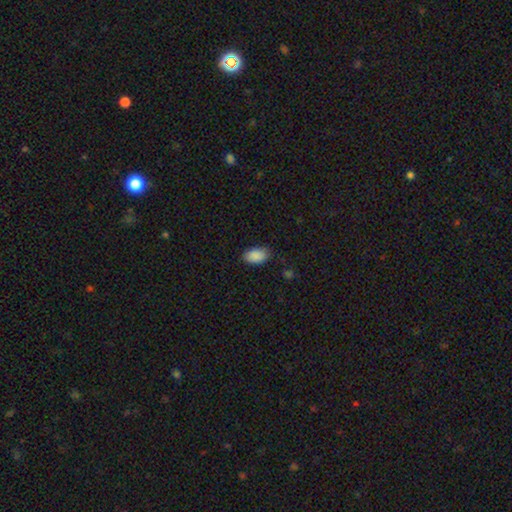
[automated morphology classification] type=smooth (90%); roundness=in between (92%); merging=none (84%).